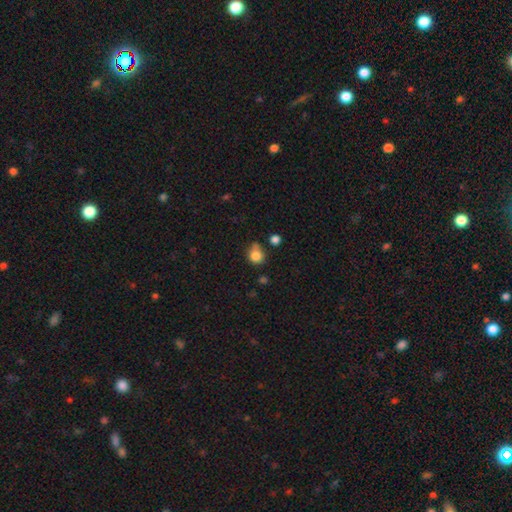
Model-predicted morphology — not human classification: Smooth or featured?
  - smooth: 82% *
  - star or artifact: 11%
  - featured or disk: 6%
How rounded?
  - round: 85% *
  - in between: 14%
  - cigar-shaped: 1%
Merging?
  - none: 59% *
  - minor disturbance: 21%
  - merger: 13%
  - major disturbance: 6%